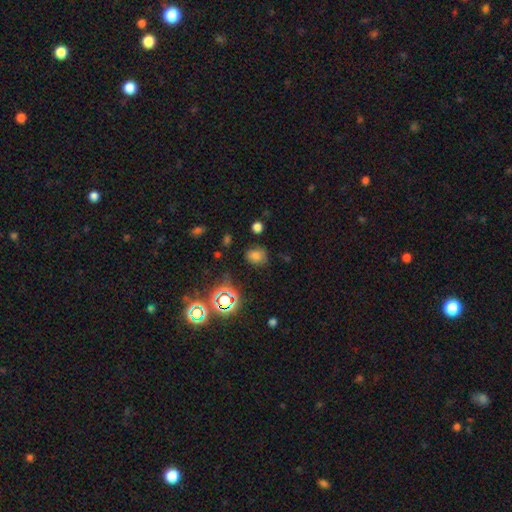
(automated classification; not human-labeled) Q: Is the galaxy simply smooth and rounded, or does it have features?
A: smooth — 69%.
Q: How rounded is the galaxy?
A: round — 61%.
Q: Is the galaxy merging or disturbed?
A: none — 72%.